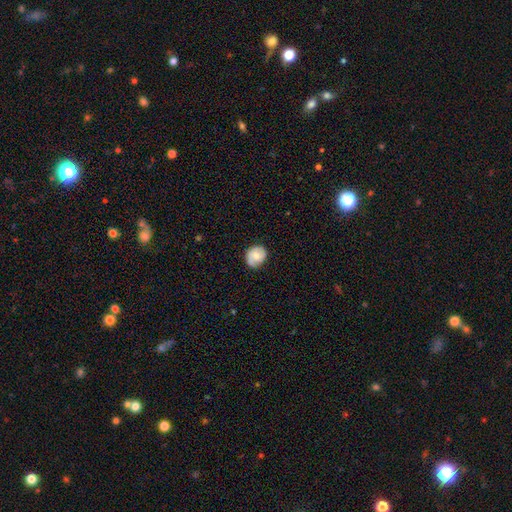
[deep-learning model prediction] Smooth or featured? Predicted: smooth (p=0.52). How rounded? Predicted: round (p=0.69). Merging? Predicted: none (p=0.74).